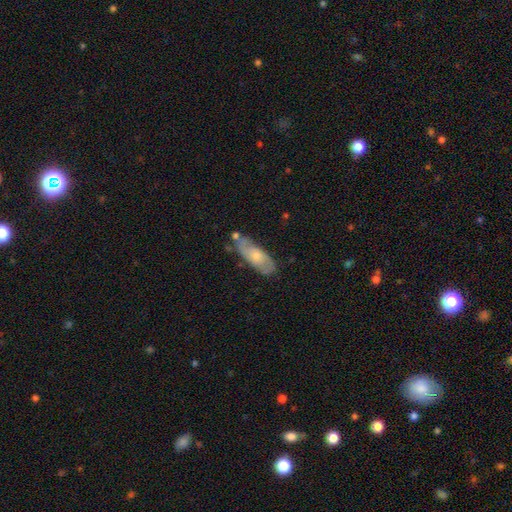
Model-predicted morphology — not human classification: Smooth or featured: smooth — 51% (featured or disk — 42%)
How rounded: in between — 65% (cigar-shaped — 32%)
Merging: none — 58% (minor disturbance — 25%)